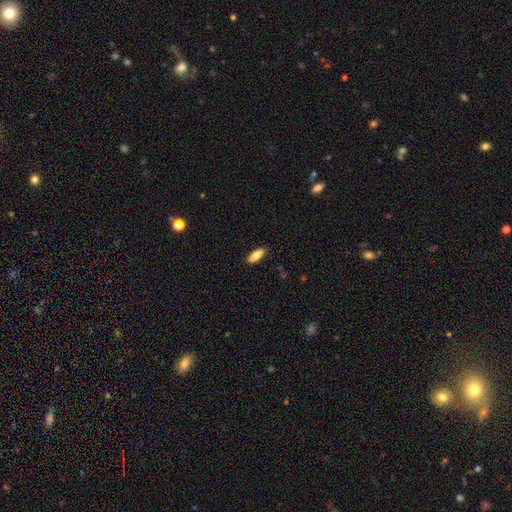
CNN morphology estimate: Q: Smooth or featured?
A: smooth (87%); runner-up: star or artifact (7%)
Q: How rounded?
A: in between (69%); runner-up: cigar-shaped (29%)
Q: Merging?
A: none (87%); runner-up: minor disturbance (10%)